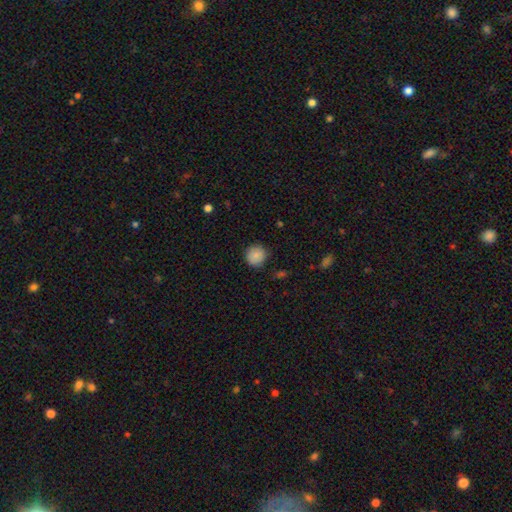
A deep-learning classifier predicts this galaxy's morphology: smooth-or-featured: smooth: 86% | star or artifact: 8% | featured or disk: 5%
  how-rounded: round: 92% | in between: 7% | cigar-shaped: 1%
  merging: none: 86% | minor disturbance: 10% | major disturbance: 2% | merger: 1%